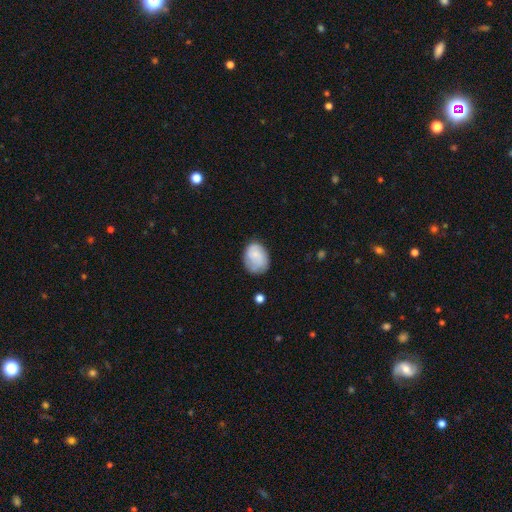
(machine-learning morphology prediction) Smooth or featured: smooth — 67% (featured or disk — 26%)
How rounded: in between — 62% (round — 37%)
Merging: none — 66% (minor disturbance — 25%)